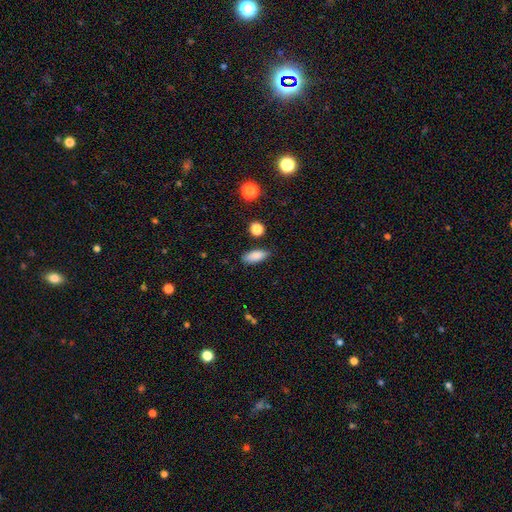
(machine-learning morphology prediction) smooth-or-featured: smooth: 85% | star or artifact: 8% | featured or disk: 6%
  how-rounded: in between: 76% | cigar-shaped: 21% | round: 3%
  merging: none: 83% | minor disturbance: 12% | major disturbance: 3% | merger: 3%